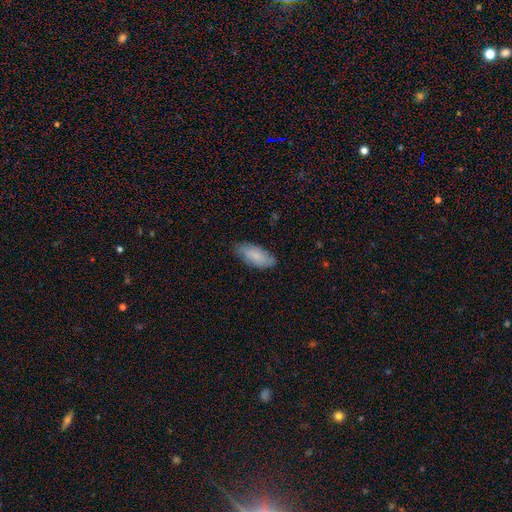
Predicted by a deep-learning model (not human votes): Smooth or featured? smooth (80%)
How rounded? in between (86%)
Merging? none (76%)